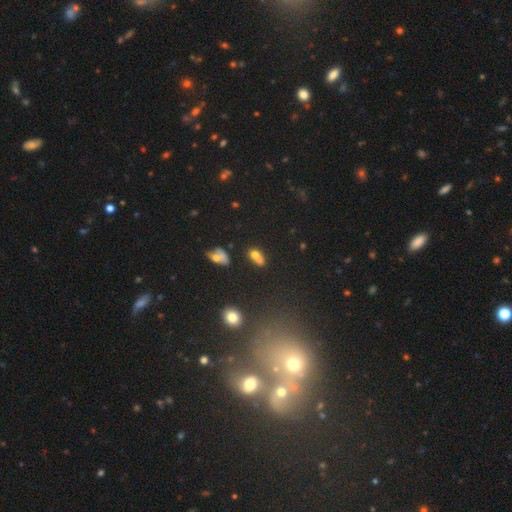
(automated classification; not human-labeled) Smooth or featured: smooth — 67% (star or artifact — 17%)
How rounded: in between — 60% (round — 34%)
Merging: merger — 49% (none — 32%)